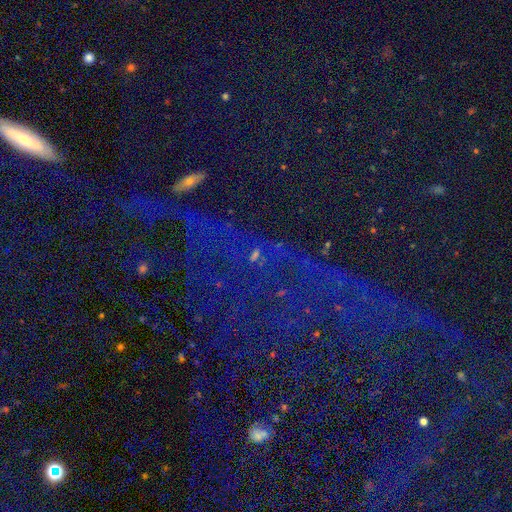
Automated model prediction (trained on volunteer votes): Morphology: type=star or artifact (81%).